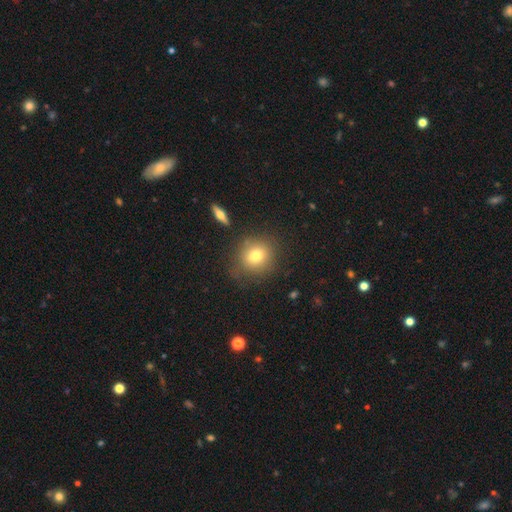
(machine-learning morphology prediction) Smooth or featured: smooth — 76% (featured or disk — 12%)
How rounded: round — 82% (in between — 17%)
Merging: none — 79% (minor disturbance — 13%)